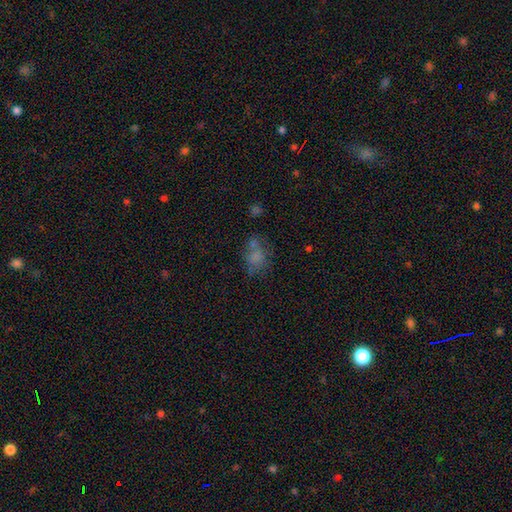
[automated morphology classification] Smooth or featured?
  - smooth: 64% *
  - star or artifact: 20%
  - featured or disk: 16%
How rounded?
  - in between: 54% *
  - round: 43%
  - cigar-shaped: 2%
Merging?
  - none: 47% *
  - merger: 25%
  - minor disturbance: 17%
  - major disturbance: 11%